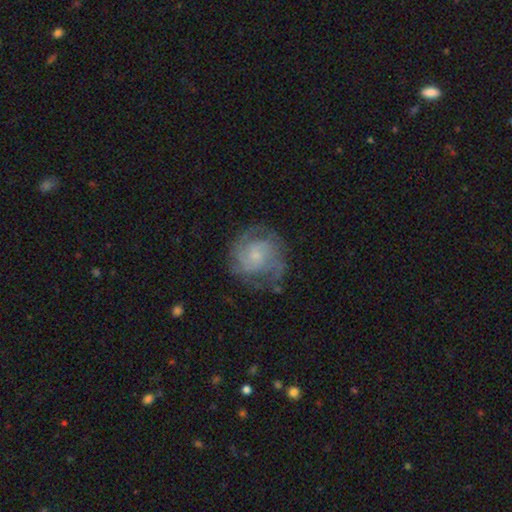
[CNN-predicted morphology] A featured or disk galaxy (80%) with no bar (67%), 2 (35%) tight (51%) spiral arms (94%) and a small central bulge (69%). Merging: none (70%).